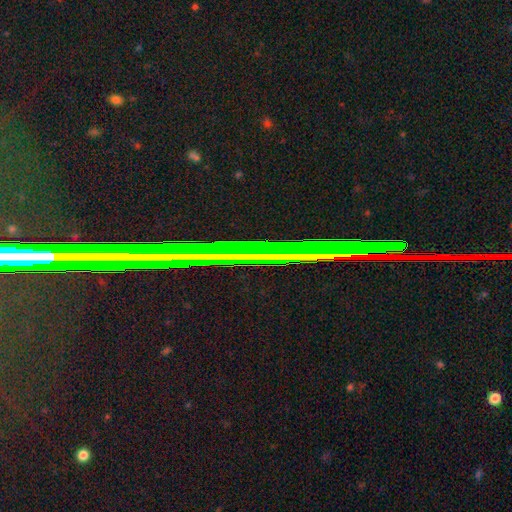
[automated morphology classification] The model was most divided on "smooth or featured": star or artifact: 70%, featured or disk: 17%, smooth: 13%.